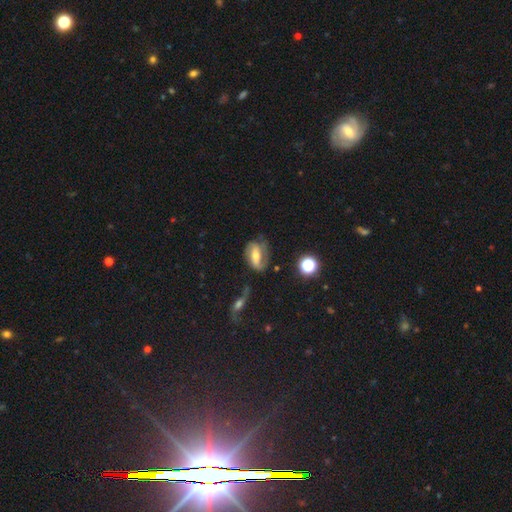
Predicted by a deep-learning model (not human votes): This appears to be a featured or disk galaxy (62%) with a strong bar (43%), spiral arms (83%) and a moderate central bulge (55%). Merging: none (57%).